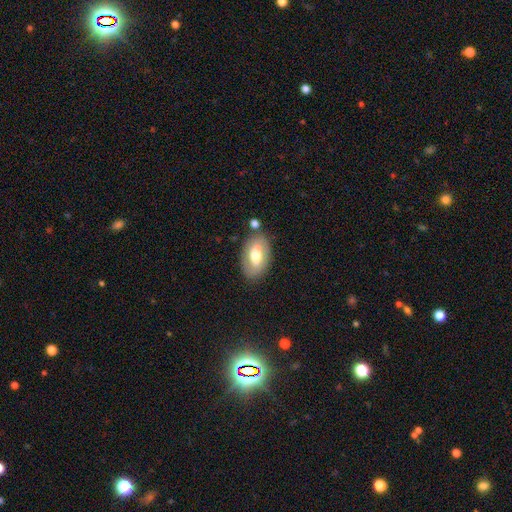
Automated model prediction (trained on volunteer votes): smooth_or_featured: smooth (p=0.55) [alt: featured or disk p=0.38]
how_rounded: in between (p=0.91) [alt: round p=0.08]
merging: none (p=0.73) [alt: minor disturbance p=0.15]